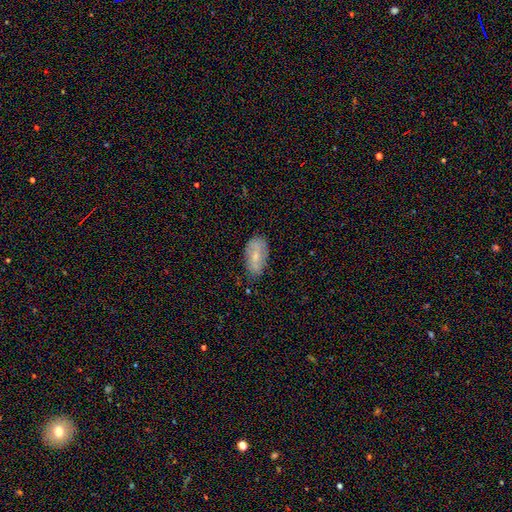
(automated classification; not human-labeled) A smooth galaxy with no disk features (56%) that is in between round and cigar-shaped (91%). Merging: none (70%).